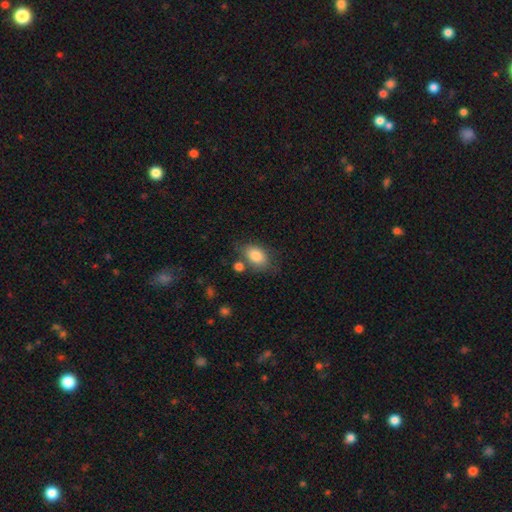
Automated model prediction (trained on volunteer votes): This appears to be a smooth galaxy with no disk features (84%) that is in between round and cigar-shaped (85%). Merging: none (63%).